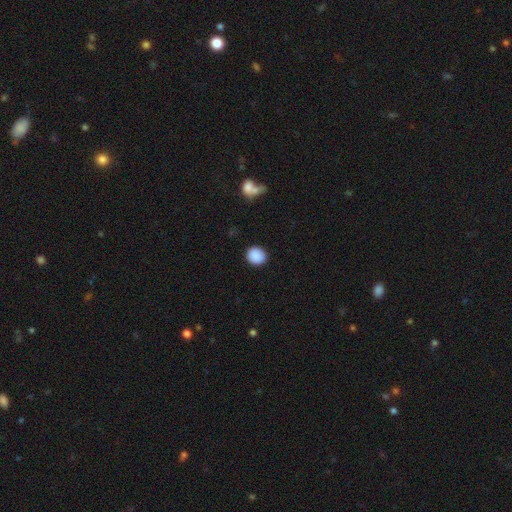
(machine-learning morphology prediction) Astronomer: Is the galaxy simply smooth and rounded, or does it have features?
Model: smooth — 90%.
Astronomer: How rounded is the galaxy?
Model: round — 82%.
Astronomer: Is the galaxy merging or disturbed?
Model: none — 90%.